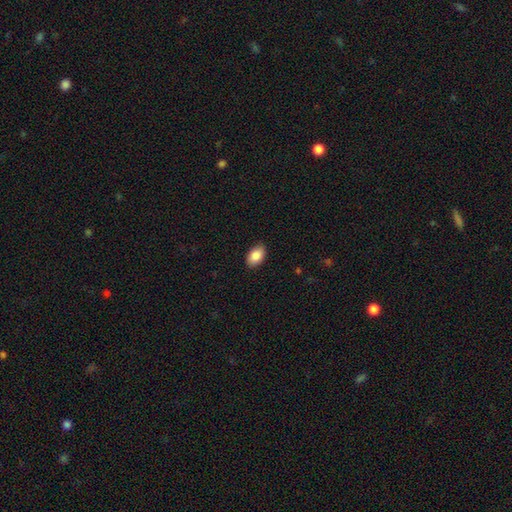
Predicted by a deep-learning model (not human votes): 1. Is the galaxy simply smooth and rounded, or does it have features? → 88% smooth, 7% star or artifact, 5% featured or disk.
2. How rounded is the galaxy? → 92% in between, 6% round, 1% cigar-shaped.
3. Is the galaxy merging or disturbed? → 88% none, 9% minor disturbance, 2% major disturbance, 1% merger.